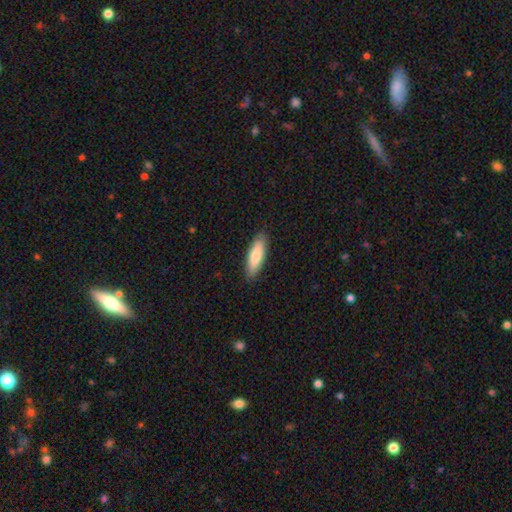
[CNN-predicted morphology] Smooth or featured?
  - smooth: 80% *
  - featured or disk: 15%
  - star or artifact: 5%
How rounded?
  - cigar-shaped: 52% *
  - in between: 46%
  - round: 2%
Merging?
  - none: 88% *
  - minor disturbance: 9%
  - major disturbance: 2%
  - merger: 1%